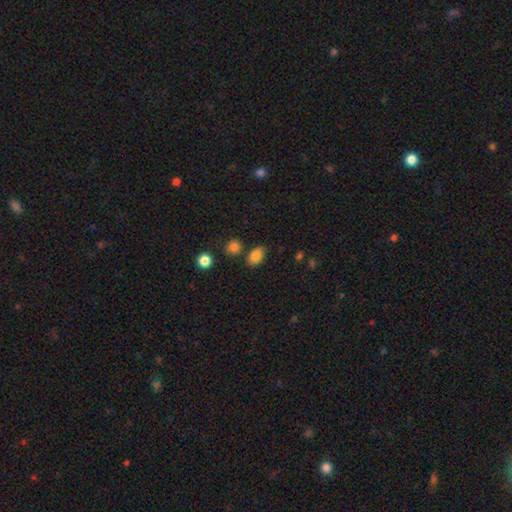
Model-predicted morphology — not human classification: This appears to be a smooth galaxy with no disk features (83%) that is in between round and cigar-shaped (84%). Merging: none (76%).